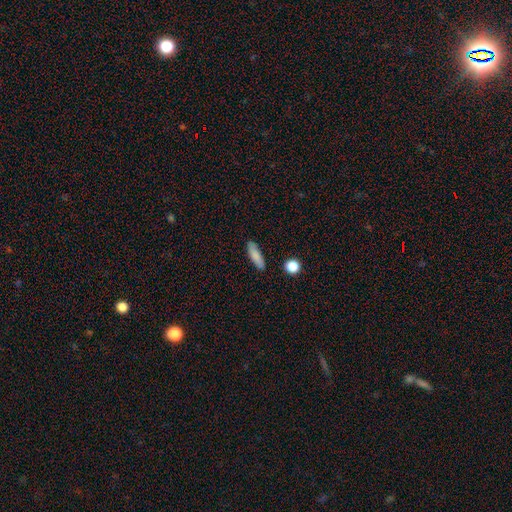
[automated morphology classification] A smooth galaxy with no disk features (83%) that is cigar-shaped (58%).

Vote fractions:
- Smooth or featured? smooth: 83% / featured or disk: 10% / star or artifact: 7%
- How rounded? cigar-shaped: 58% / in between: 40% / round: 3%
- Merging? none: 84% / minor disturbance: 12% / major disturbance: 3% / merger: 2%